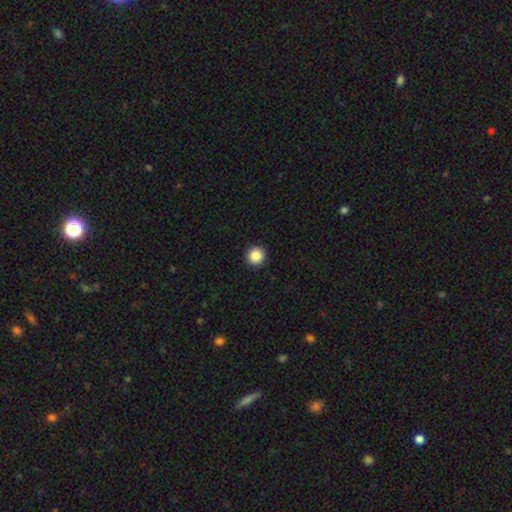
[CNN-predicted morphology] Smooth or featured? Predicted: smooth (p=0.88). How rounded? Predicted: round (p=0.96). Merging? Predicted: none (p=0.94).